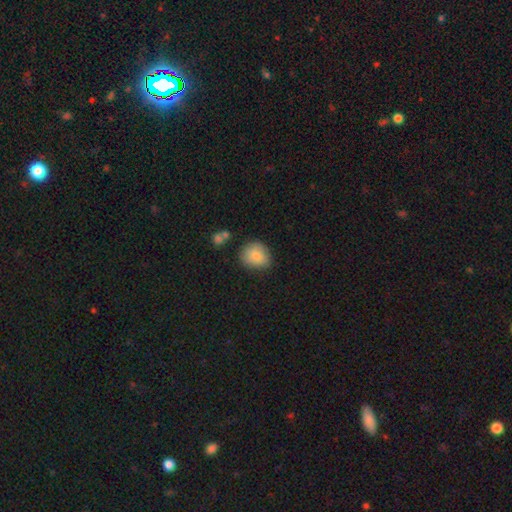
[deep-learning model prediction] Morphology: type=smooth (85%); roundness=round (72%); merging=none (73%).